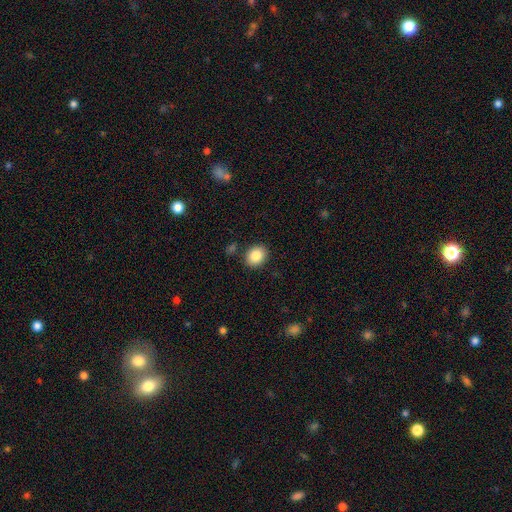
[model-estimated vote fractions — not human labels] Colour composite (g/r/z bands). It shows a smooth galaxy with no disk features (86%) that is round (52%). Merging: none (86%).